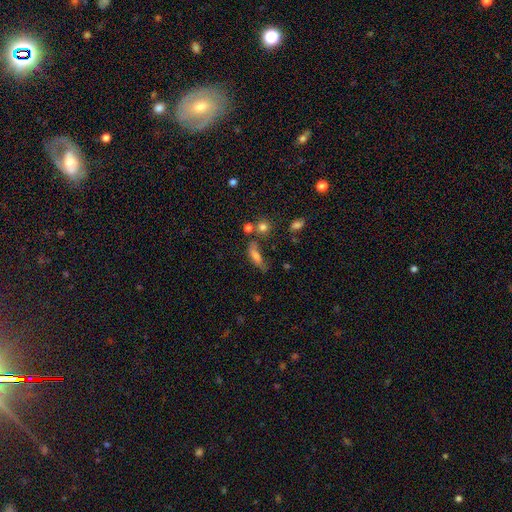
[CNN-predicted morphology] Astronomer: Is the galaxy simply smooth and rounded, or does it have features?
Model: smooth — 67%.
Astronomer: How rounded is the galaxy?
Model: in between — 58% (runner-up: cigar-shaped, 37%).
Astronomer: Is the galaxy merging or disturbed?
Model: none — 46% (runner-up: minor disturbance, 26%).